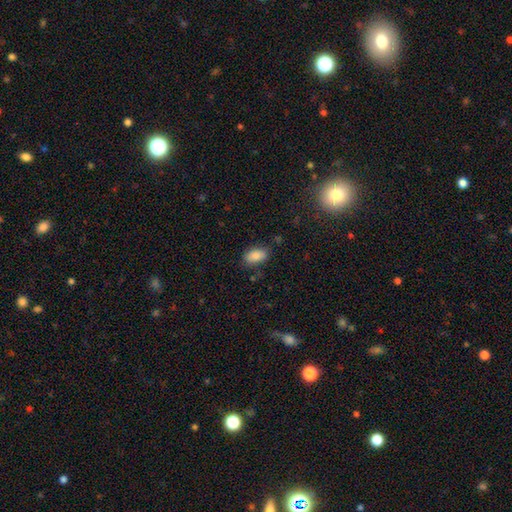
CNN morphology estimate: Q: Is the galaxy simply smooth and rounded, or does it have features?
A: smooth — 84%.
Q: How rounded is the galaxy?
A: in between — 92%.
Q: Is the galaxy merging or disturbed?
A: none — 77%.